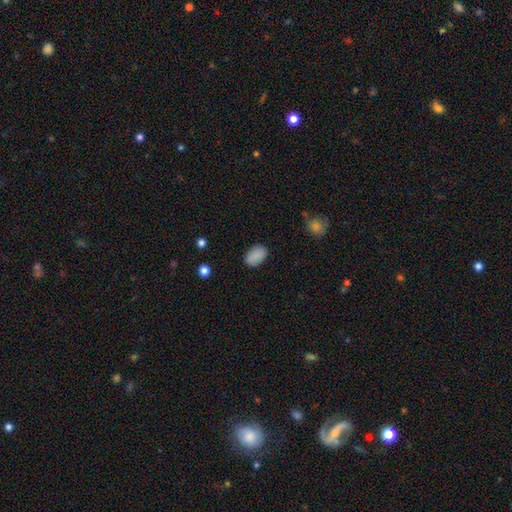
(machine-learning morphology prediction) Overall: smooth (88%). How rounded: in between (89%). Merging: none (84%).